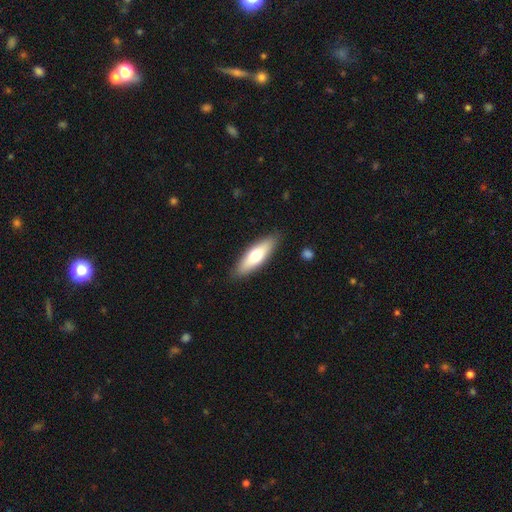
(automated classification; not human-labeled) The model was most divided on "how rounded": cigar-shaped: 51%, in between: 47%, round: 2%. More confident: merging — none (88%); smooth or featured — smooth (64%).